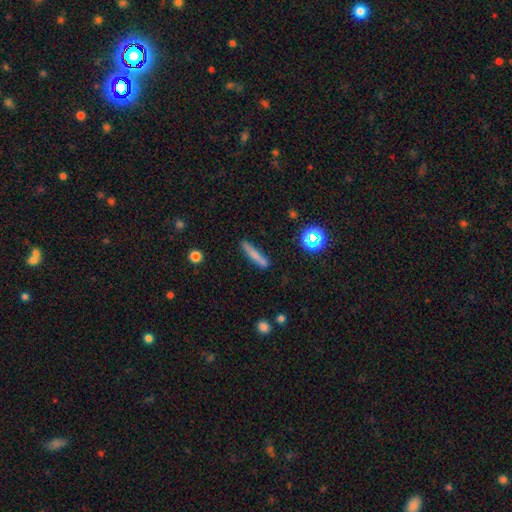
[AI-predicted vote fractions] Overall: smooth (69%). How rounded: cigar-shaped (90%). Merging: none (79%).